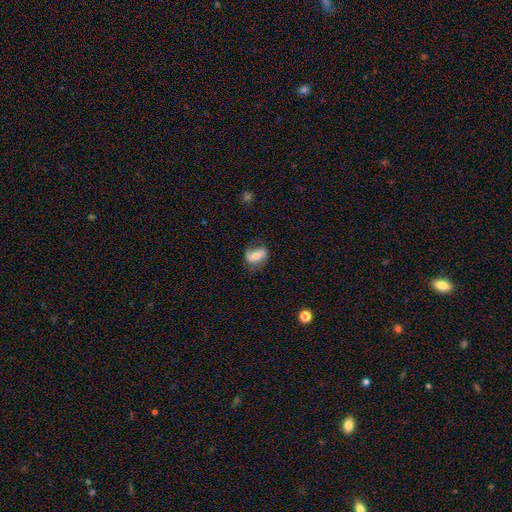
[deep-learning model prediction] Morphology: type=smooth (46%); merging=none (63%).